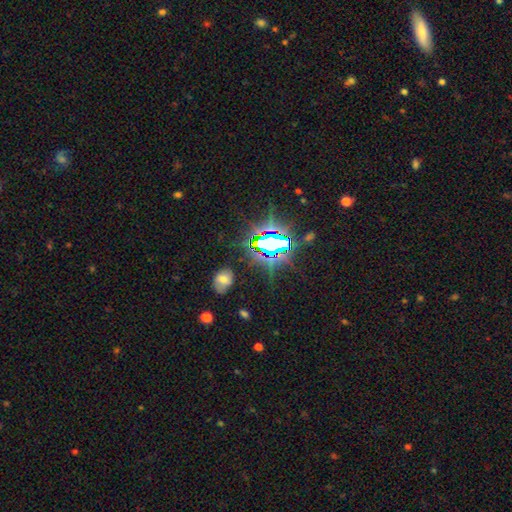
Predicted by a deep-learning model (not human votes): This is likely a star or artifact rather than a galaxy (78%).